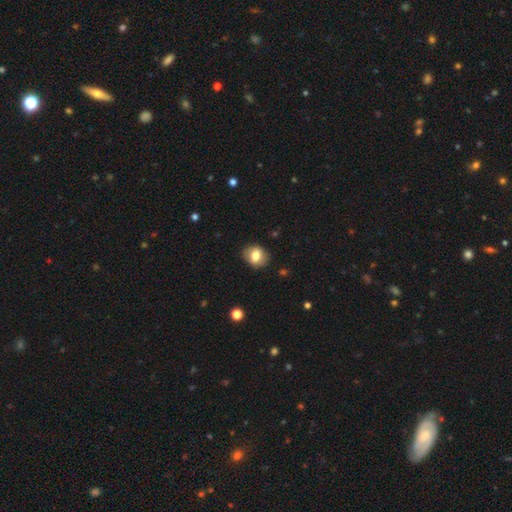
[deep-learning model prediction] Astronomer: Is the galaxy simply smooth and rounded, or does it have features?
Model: smooth — 75%.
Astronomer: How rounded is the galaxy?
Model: round — 58% (runner-up: in between, 41%).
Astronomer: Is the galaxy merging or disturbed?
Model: none — 86%.